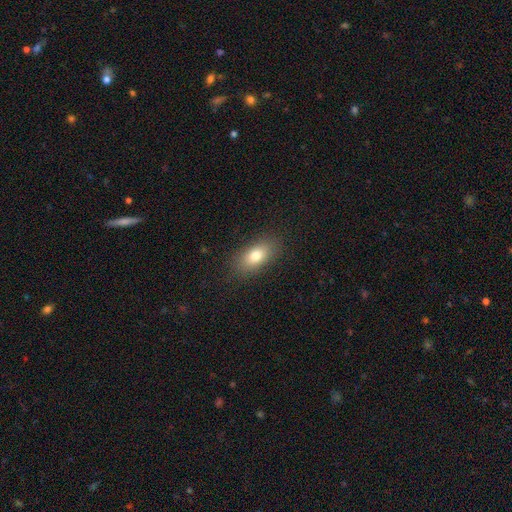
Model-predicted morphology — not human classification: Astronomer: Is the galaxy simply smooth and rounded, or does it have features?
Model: smooth — 78%.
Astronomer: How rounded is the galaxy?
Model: in between — 86%.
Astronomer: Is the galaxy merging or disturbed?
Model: none — 85%.